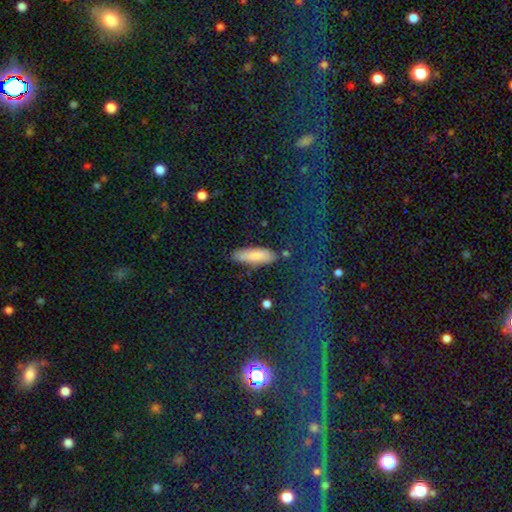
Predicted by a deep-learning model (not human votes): The model was most divided on "how rounded": cigar-shaped: 50%, in between: 48%, round: 2%. More confident: smooth or featured — smooth (83%); merging — none (78%).